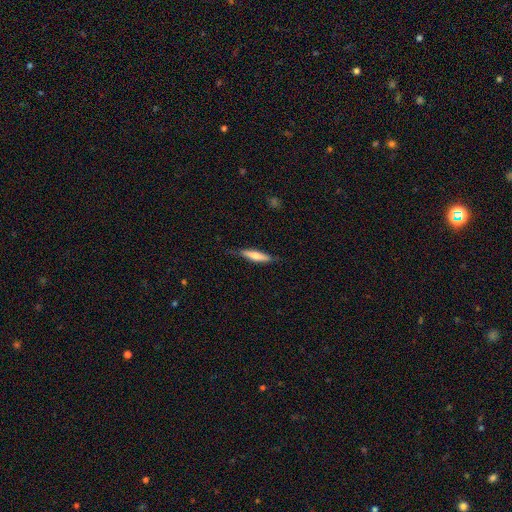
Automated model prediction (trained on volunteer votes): smooth_or_featured: smooth (p=0.65) [alt: featured or disk p=0.29]
how_rounded: cigar-shaped (p=0.79) [alt: in between p=0.19]
merging: none (p=0.77) [alt: minor disturbance p=0.18]